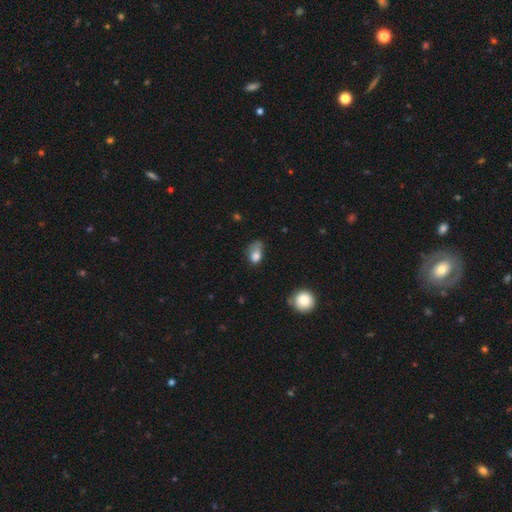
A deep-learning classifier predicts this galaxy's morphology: This appears to be a smooth galaxy with no disk features (74%) that is in between round and cigar-shaped (72%). Merging: minor disturbance (34%).